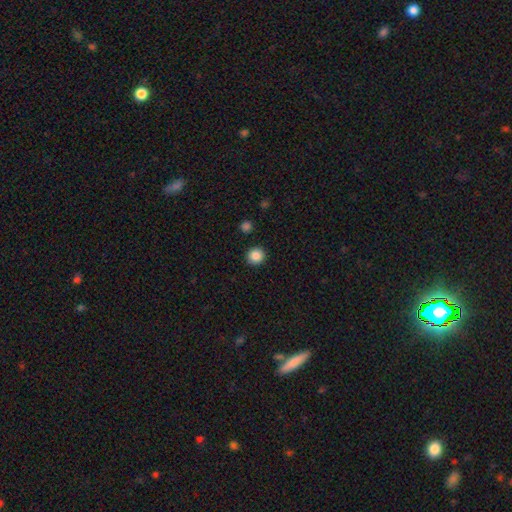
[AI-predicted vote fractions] This appears to be a smooth galaxy with no disk features (86%) that is round (94%). Merging: none (92%).